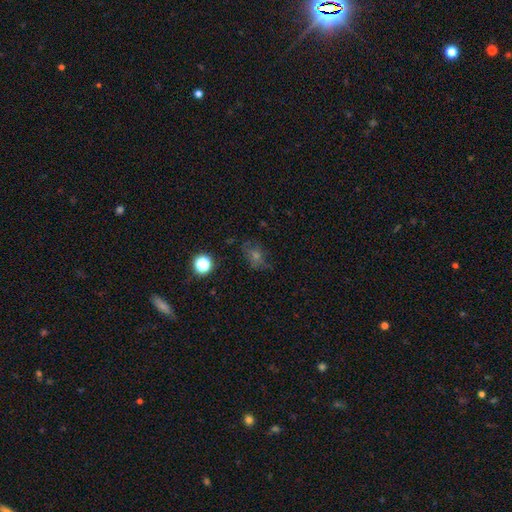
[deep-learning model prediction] smooth 41%, star or artifact 31%, featured or disk 27%. Down the decision tree: merging — none (67%).